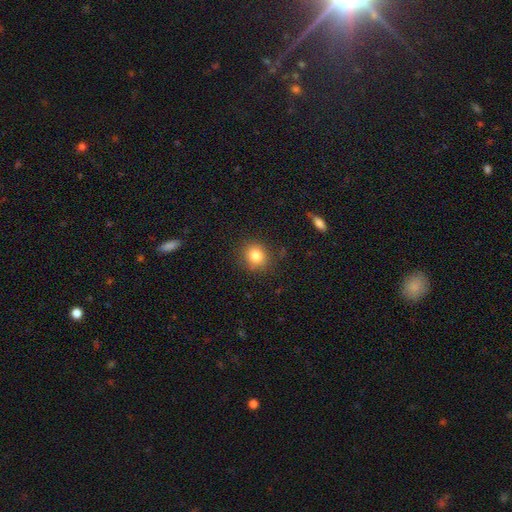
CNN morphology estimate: Smooth or featured? Predicted: smooth (p=0.82). How rounded? Predicted: round (p=0.82). Merging? Predicted: none (p=0.86).